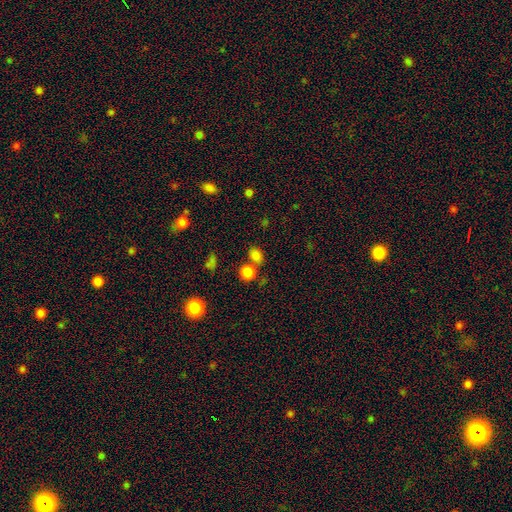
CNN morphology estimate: This is clearly a smooth galaxy (81%). How rounded: possibly round (59%). Merging: likely none (61%).